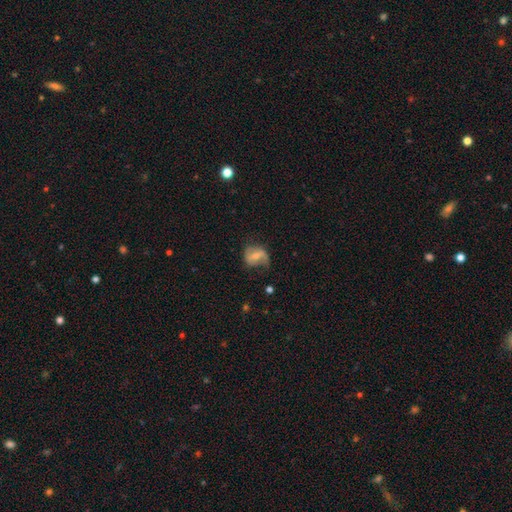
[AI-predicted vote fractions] A featured or disk galaxy (56%) with a weak bar (42%), spiral arms (76%) and a small central bulge (46%). Merging: none (48%).